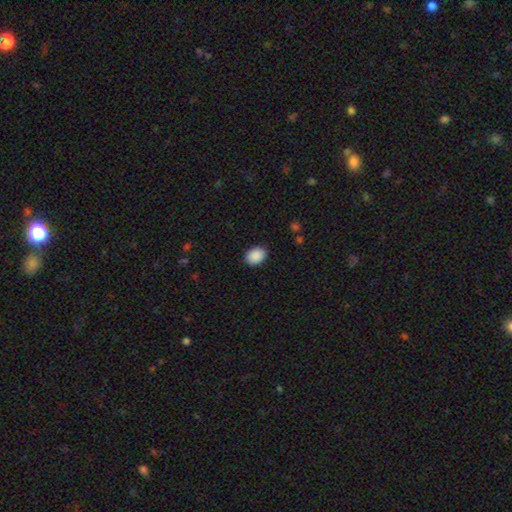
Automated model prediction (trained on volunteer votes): smooth-or-featured: smooth: 90% | star or artifact: 7% | featured or disk: 2%
  how-rounded: in between: 66% | round: 33% | cigar-shaped: 1%
  merging: none: 89% | minor disturbance: 8% | major disturbance: 2% | merger: 1%